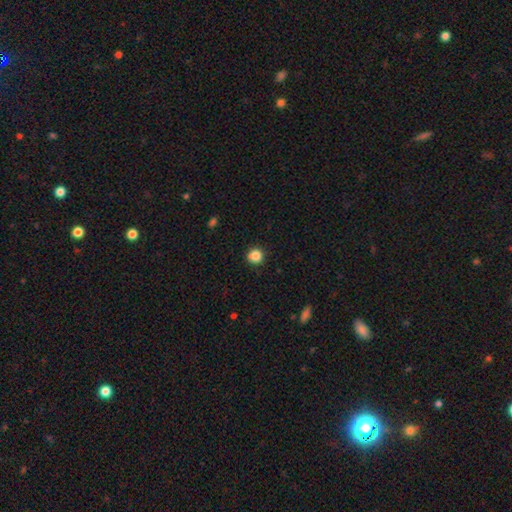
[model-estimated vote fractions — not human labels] A smooth galaxy with no disk features (84%) that is round (88%).

Vote fractions:
- Smooth or featured? smooth: 84% / star or artifact: 11% / featured or disk: 4%
- How rounded? round: 88% / in between: 11% / cigar-shaped: 1%
- Merging? none: 82% / minor disturbance: 13% / major disturbance: 3% / merger: 2%